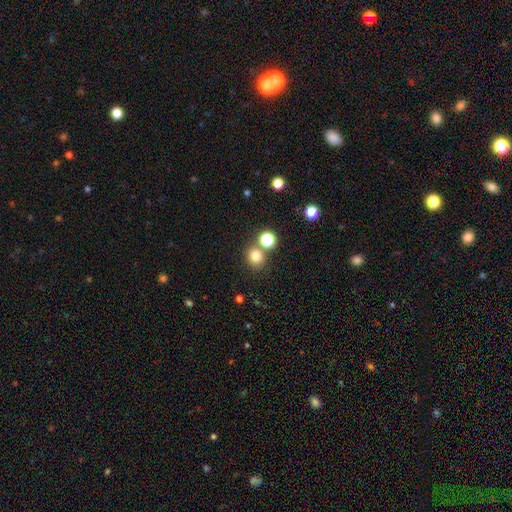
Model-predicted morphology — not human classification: This appears to be a smooth galaxy with no disk features (78%) that is round (84%). Merging: none (70%).